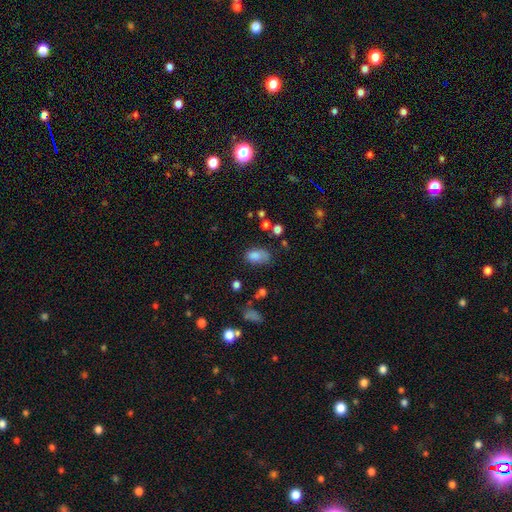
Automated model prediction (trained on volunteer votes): This appears to be a smooth galaxy with no disk features (80%) that is in between round and cigar-shaped (88%). Merging: none (49%).